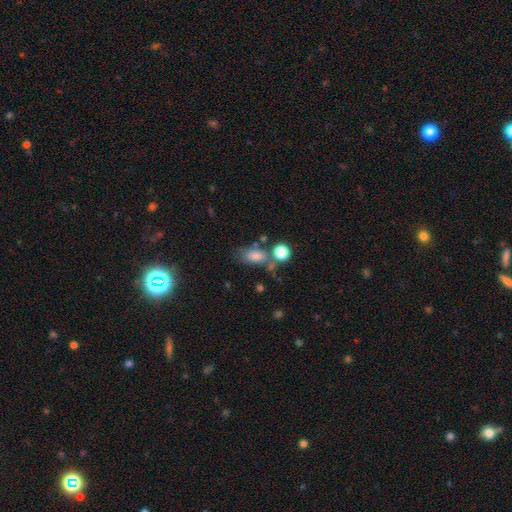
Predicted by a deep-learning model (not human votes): This is likely a smooth galaxy (78%). How rounded: clearly in between (82%). Merging: possibly none (51%).